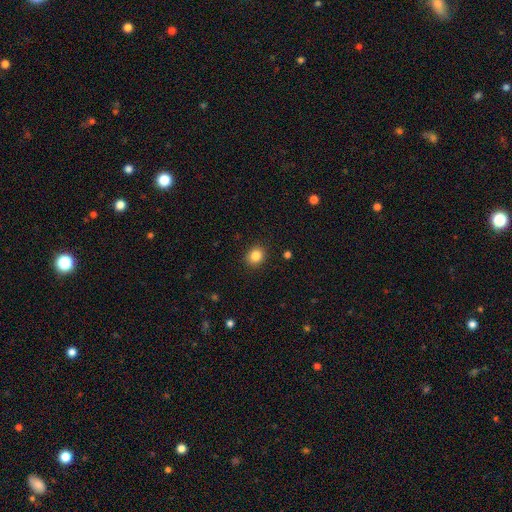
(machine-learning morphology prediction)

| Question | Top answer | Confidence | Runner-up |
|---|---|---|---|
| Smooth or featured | smooth | 85% | star or artifact (10%) |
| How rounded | round | 69% | in between (30%) |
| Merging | none | 90% | minor disturbance (7%) |